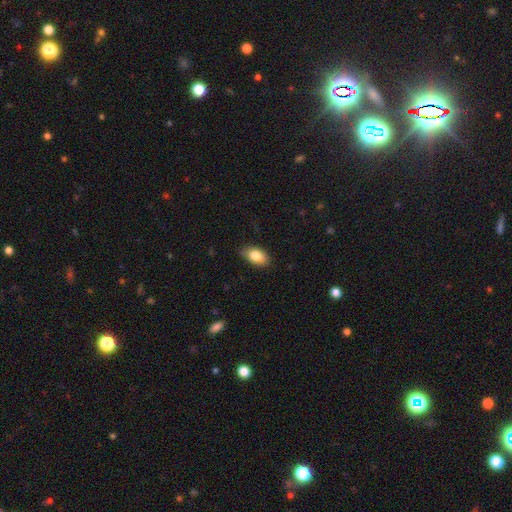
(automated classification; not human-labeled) smooth-or-featured: smooth: 82% | featured or disk: 11% | star or artifact: 7%
  how-rounded: in between: 90% | round: 7% | cigar-shaped: 3%
  merging: none: 79% | minor disturbance: 17% | major disturbance: 3% | merger: 1%